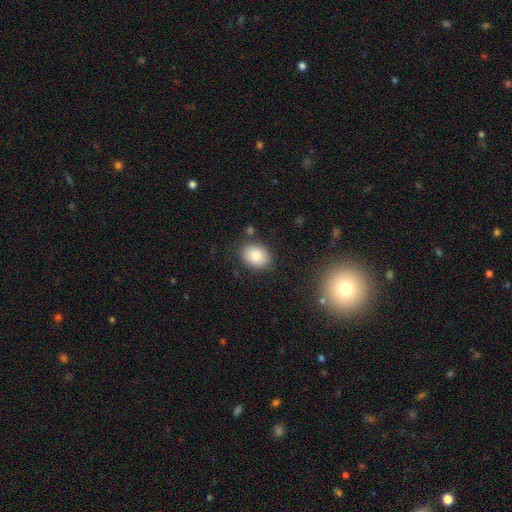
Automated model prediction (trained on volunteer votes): Smooth or featured? Predicted: smooth (p=0.84). How rounded? Predicted: in between (p=0.67). Merging? Predicted: none (p=0.82).